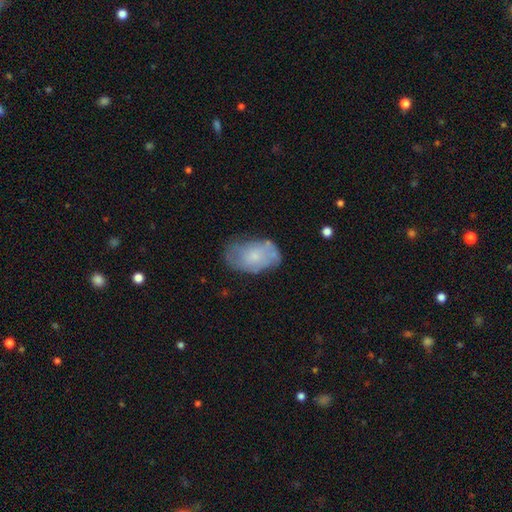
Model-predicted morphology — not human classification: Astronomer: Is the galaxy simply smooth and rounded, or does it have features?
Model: smooth — 53% (runner-up: featured or disk, 40%).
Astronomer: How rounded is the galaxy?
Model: in between — 90%.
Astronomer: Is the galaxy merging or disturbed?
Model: none — 57%.